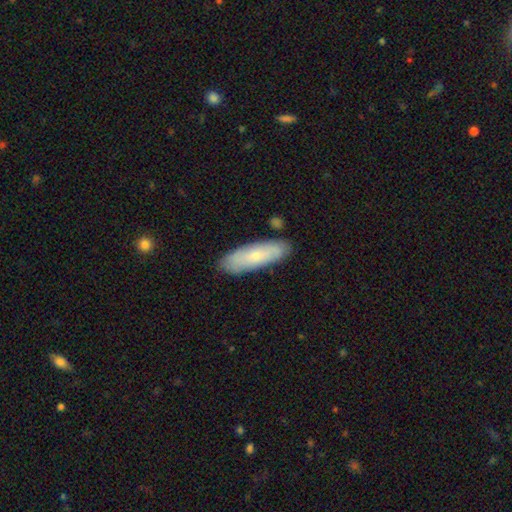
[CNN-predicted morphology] A smooth galaxy with no disk features (67%) that is in between round and cigar-shaped (50%). Merging: none (84%).